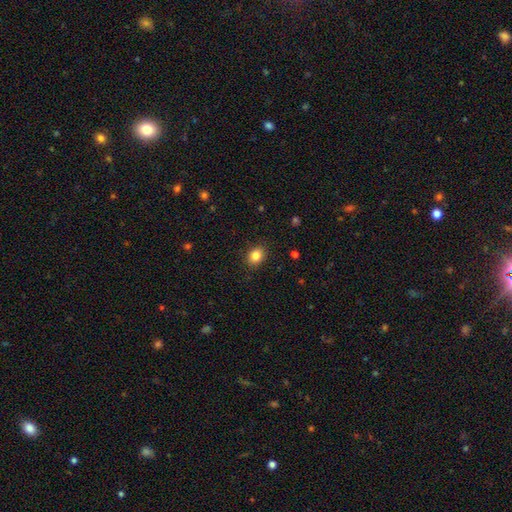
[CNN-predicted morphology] Smooth or featured?
  - smooth: 84% *
  - star or artifact: 10%
  - featured or disk: 6%
How rounded?
  - round: 51% *
  - in between: 48%
  - cigar-shaped: 1%
Merging?
  - none: 88% *
  - minor disturbance: 8%
  - major disturbance: 2%
  - merger: 1%